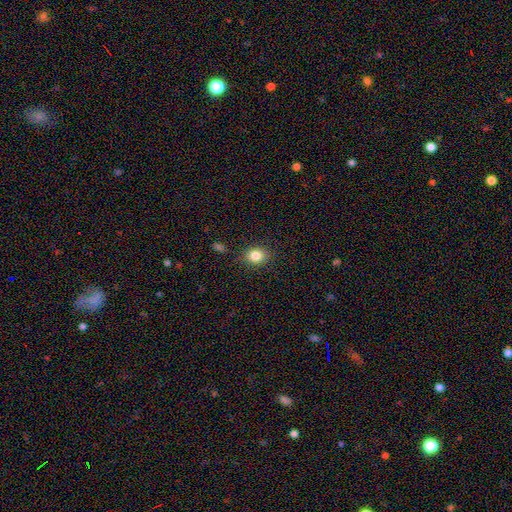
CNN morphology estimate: Overall: smooth (83%). How rounded: round (59%; in between 40%). Merging: none (85%).